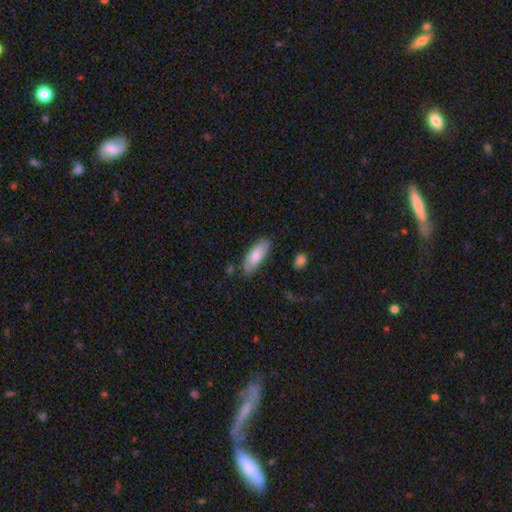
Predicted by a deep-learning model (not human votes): This is likely a smooth galaxy (77%). How rounded: likely in between (76%). Merging: likely none (80%).